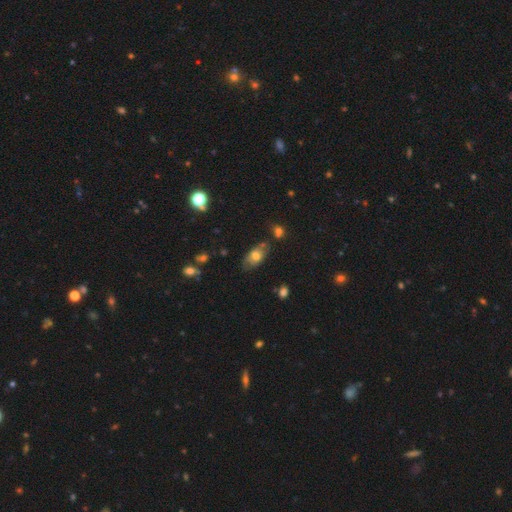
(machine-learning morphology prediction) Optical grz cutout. It shows a smooth galaxy with no disk features (58%) that is in between round and cigar-shaped (90%). Merging: none (64%).